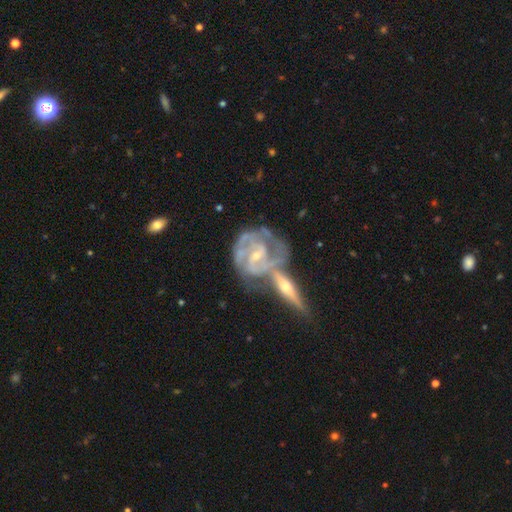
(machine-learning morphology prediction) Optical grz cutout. It shows a featured or disk galaxy (87%) with a weak bar (42%), 2 (36%) tight (54%) spiral arms (91%) and a small central bulge (67%). Merging: merger (44%).